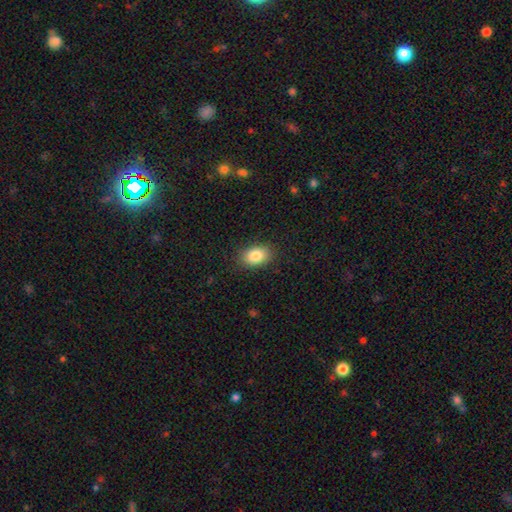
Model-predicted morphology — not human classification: type=smooth (84%); roundness=in between (85%); merging=none (87%).